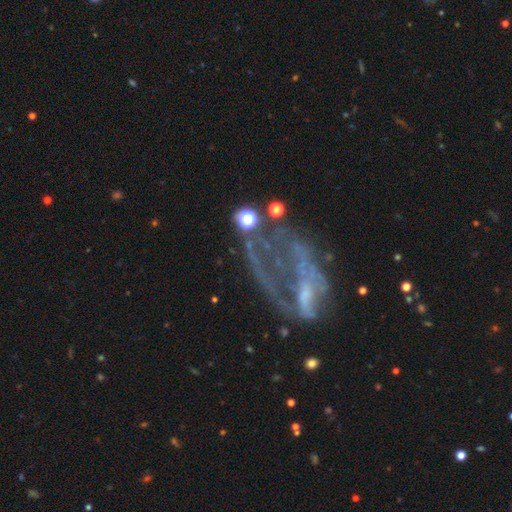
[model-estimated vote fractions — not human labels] smooth_or_featured: featured or disk (p=0.60) [alt: star or artifact p=0.24]
disk_edge_on: no (p=0.94) [alt: yes p=0.06]
bar: no (p=0.65) [alt: weak p=0.22]
has_spiral_arms: no (p=0.64) [alt: yes p=0.36]
bulge_size: none (p=0.51) [alt: small p=0.36]
merging: major disturbance (p=0.48) [alt: none p=0.25]